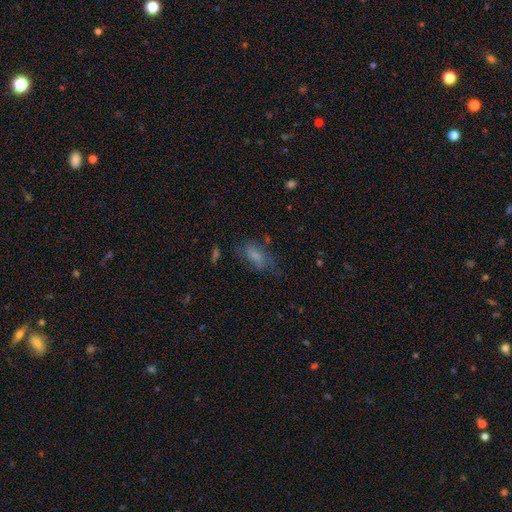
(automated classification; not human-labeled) smooth 63%, featured or disk 25%, star or artifact 13%. Down the decision tree: how rounded — in between (80%); merging — none (50%).